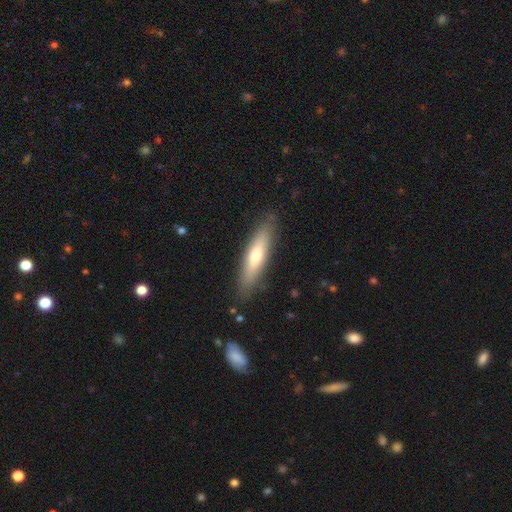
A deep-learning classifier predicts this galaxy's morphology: Smooth or featured? smooth (58%)
How rounded? cigar-shaped (78%)
Merging? none (86%)